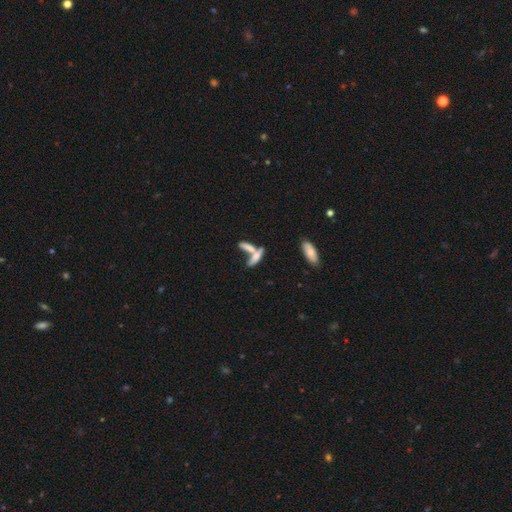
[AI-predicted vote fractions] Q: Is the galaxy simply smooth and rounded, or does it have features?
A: smooth — 60%.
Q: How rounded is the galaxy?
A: cigar-shaped — 56%.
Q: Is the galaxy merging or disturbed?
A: merger — 55%.